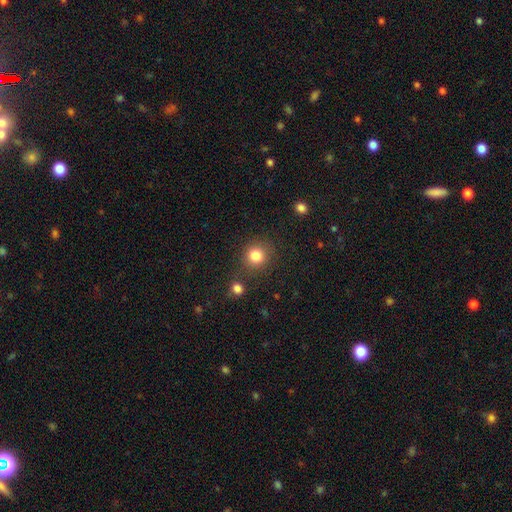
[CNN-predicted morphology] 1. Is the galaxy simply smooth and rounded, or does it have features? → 83% smooth, 12% star or artifact, 6% featured or disk.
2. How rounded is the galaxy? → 89% round, 10% in between, 1% cigar-shaped.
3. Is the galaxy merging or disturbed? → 81% none, 9% minor disturbance, 6% merger, 4% major disturbance.